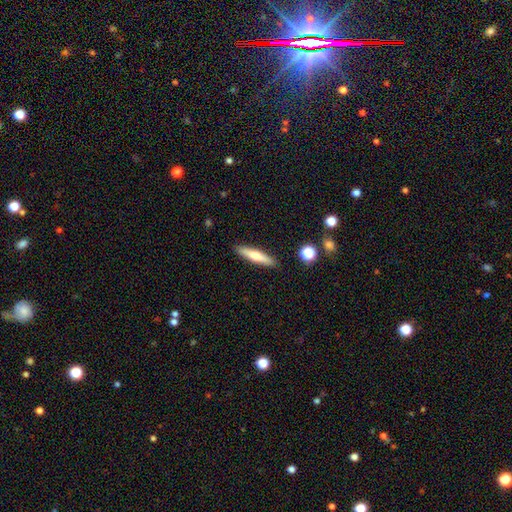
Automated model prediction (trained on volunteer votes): This appears to be a smooth galaxy with no disk features (58%) that is cigar-shaped (88%). Merging: none (90%).